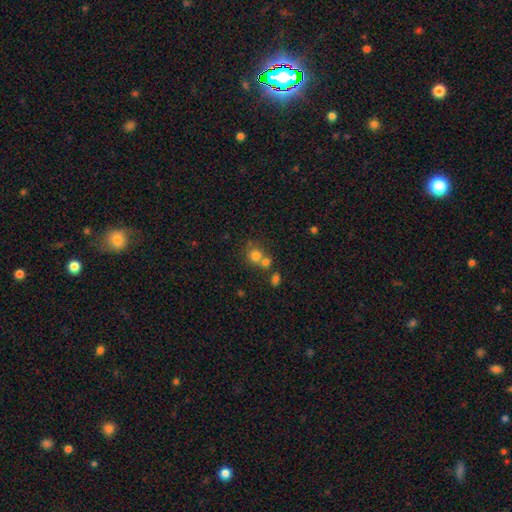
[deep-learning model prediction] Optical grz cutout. It shows a smooth galaxy with no disk features (76%) that is round (83%). Merging: none (45%).